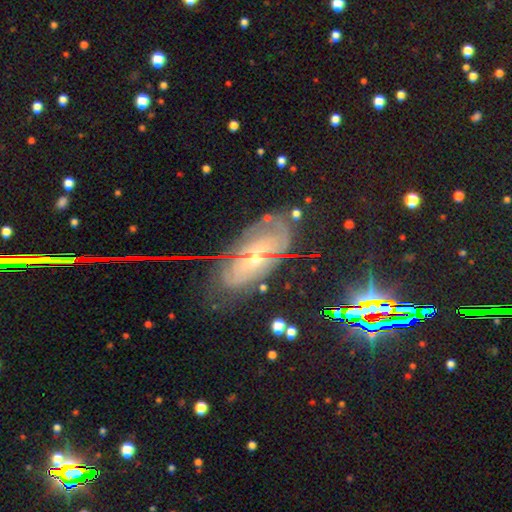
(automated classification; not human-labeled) smooth-or-featured: featured or disk: 67% | star or artifact: 17% | smooth: 16%
  disk-edge-on: no: 81% | yes: 19%
    bar: no: 55% | weak: 33% | strong: 12%
    has-spiral-arms: yes: 72% | no: 28%
    bulge-size: small: 56% | moderate: 40% | large: 2% | none: 2% | dominant: 1%
  merging: none: 64% | minor disturbance: 21% | major disturbance: 12% | merger: 3%